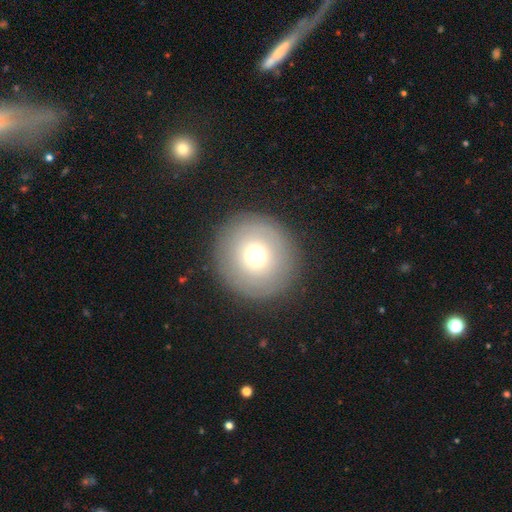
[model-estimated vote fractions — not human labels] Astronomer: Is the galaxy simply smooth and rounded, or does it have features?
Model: smooth — 69%.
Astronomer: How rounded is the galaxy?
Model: round — 94%.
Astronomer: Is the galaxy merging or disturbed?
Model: none — 89%.